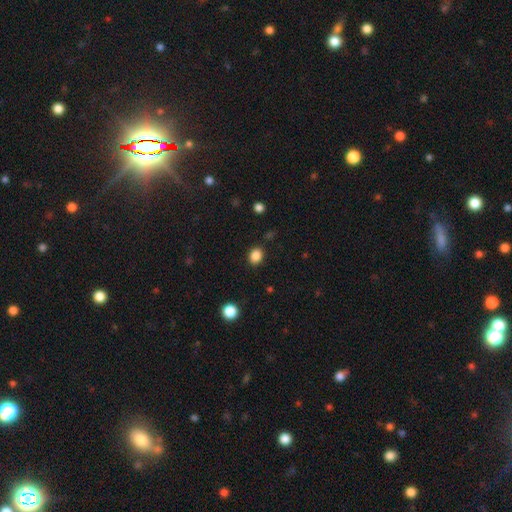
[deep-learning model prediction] A smooth galaxy with no disk features (86%) that is round (51%). Merging: none (88%).